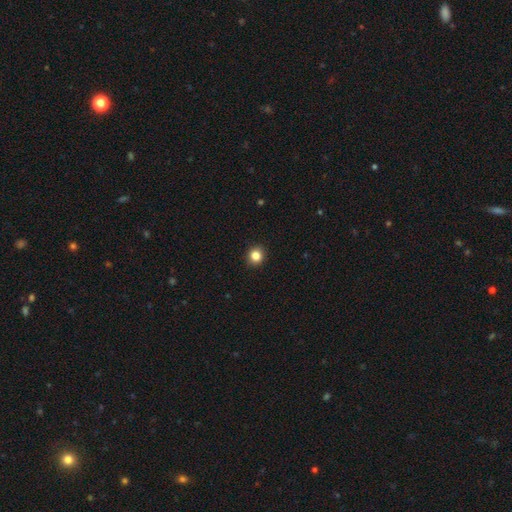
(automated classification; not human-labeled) Smooth or featured?
  - smooth: 84% *
  - star or artifact: 11%
  - featured or disk: 5%
How rounded?
  - round: 89% *
  - in between: 10%
  - cigar-shaped: 1%
Merging?
  - none: 92% *
  - minor disturbance: 5%
  - major disturbance: 2%
  - merger: 1%